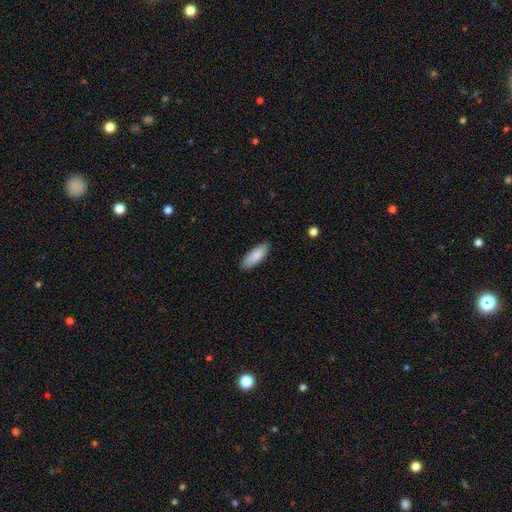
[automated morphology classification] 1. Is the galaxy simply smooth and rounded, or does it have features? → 87% smooth, 7% featured or disk, 6% star or artifact.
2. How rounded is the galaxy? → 64% in between, 35% cigar-shaped, 1% round.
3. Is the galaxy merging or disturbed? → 87% none, 10% minor disturbance, 2% major disturbance, 1% merger.